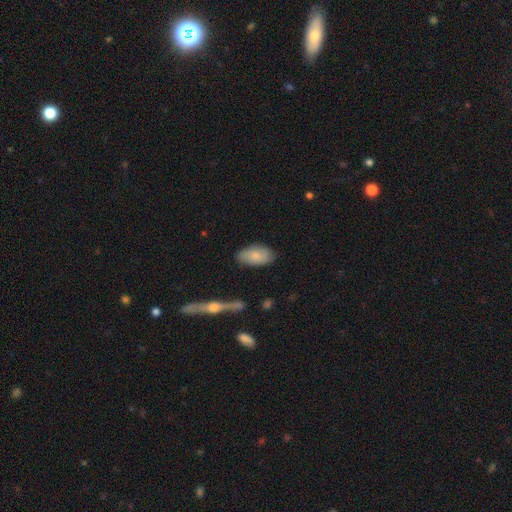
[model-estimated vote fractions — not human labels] This appears to be a smooth galaxy with no disk features (77%) that is in between round and cigar-shaped (94%). Merging: none (81%).